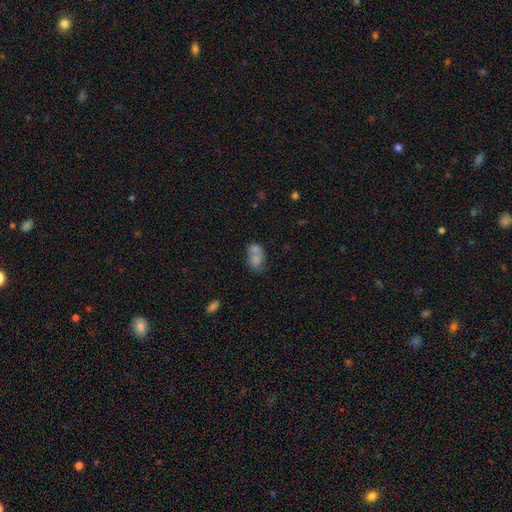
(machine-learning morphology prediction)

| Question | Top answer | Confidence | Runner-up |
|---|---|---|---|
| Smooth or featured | smooth | 70% | featured or disk (19%) |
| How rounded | in between | 71% | round (28%) |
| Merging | merger | 55% | none (27%) |